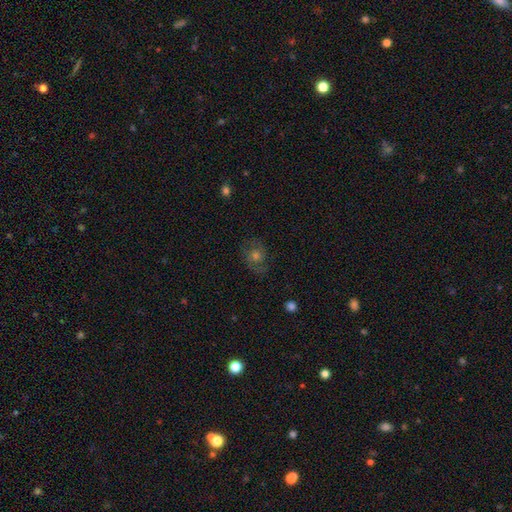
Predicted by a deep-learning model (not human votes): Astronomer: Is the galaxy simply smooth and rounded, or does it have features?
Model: featured or disk — 57%.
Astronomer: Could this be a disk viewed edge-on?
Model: no — 96%.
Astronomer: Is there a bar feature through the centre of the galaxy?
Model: no — 76%.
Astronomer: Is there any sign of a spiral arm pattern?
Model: yes — 85%.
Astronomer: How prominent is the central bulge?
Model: moderate — 59%.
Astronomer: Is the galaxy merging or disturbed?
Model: none — 76%.